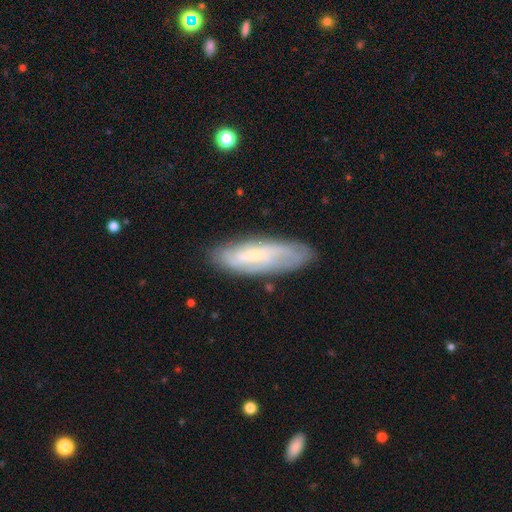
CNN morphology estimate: Smooth or featured: featured or disk — 54% (smooth — 39%)
Edge-on disk: no — 76% (yes — 24%)
Merging: none — 77% (minor disturbance — 17%)